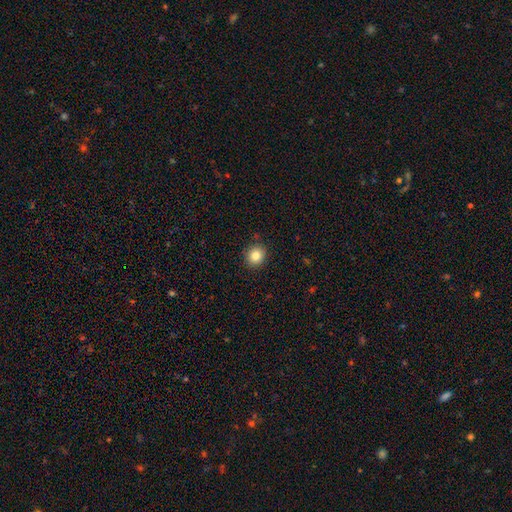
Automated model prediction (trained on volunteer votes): smooth_or_featured: smooth (p=0.83) [alt: star or artifact p=0.11]
how_rounded: round (p=0.83) [alt: in between p=0.16]
merging: none (p=0.90) [alt: minor disturbance p=0.07]